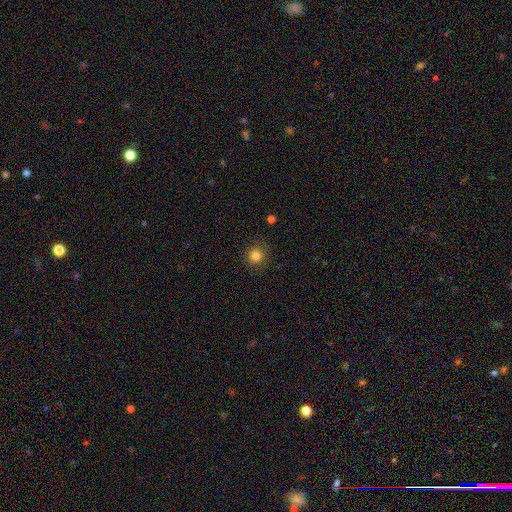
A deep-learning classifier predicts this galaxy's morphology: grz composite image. It shows a smooth galaxy with no disk features (82%) that is round (92%). Merging: none (89%).